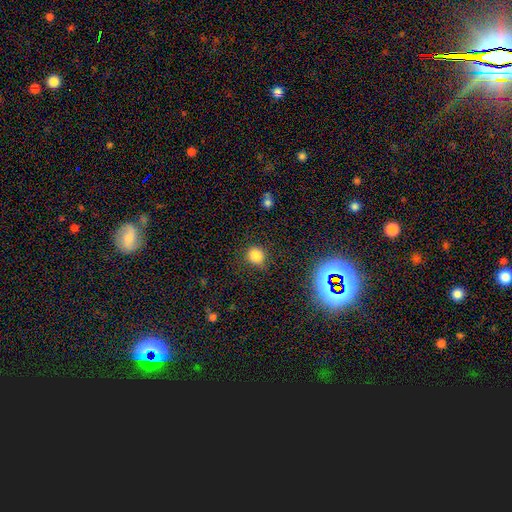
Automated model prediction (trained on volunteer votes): A smooth galaxy with no disk features (80%) that is round (83%).

Vote fractions:
- Smooth or featured? smooth: 80% / star or artifact: 15% / featured or disk: 5%
- How rounded? round: 83% / in between: 16% / cigar-shaped: 1%
- Merging? none: 79% / minor disturbance: 15% / major disturbance: 4% / merger: 2%